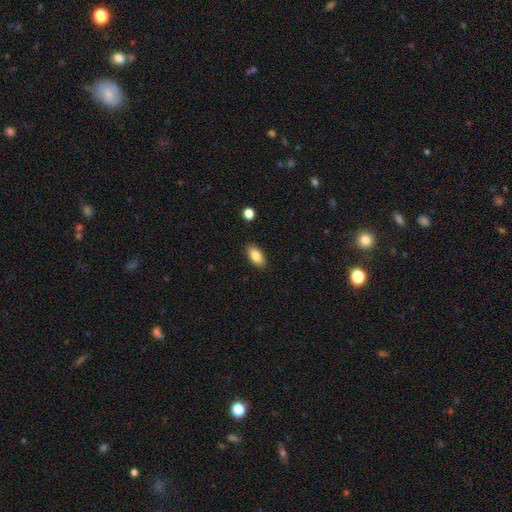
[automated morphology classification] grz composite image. It shows a smooth galaxy with no disk features (83%) that is in between round and cigar-shaped (90%). Merging: none (88%).